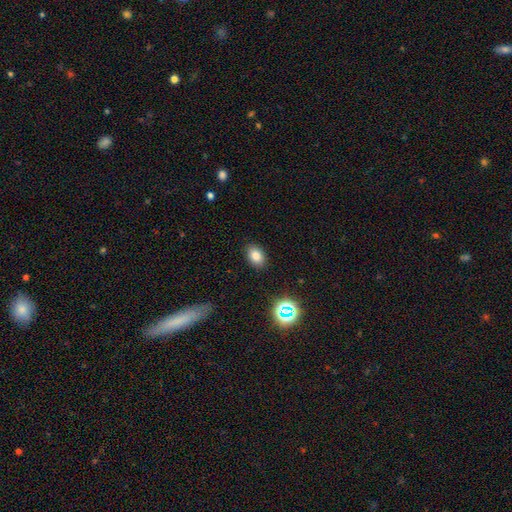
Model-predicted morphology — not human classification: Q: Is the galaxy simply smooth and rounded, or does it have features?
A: smooth — 80%.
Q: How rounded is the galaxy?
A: in between — 82%.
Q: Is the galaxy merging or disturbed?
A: none — 88%.